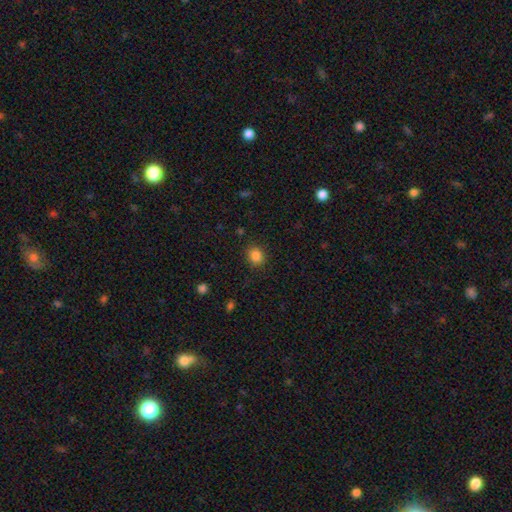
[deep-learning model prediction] smooth-or-featured: smooth: 85% | star or artifact: 11% | featured or disk: 4%
  how-rounded: round: 66% | in between: 33% | cigar-shaped: 1%
  merging: none: 86% | minor disturbance: 10% | major disturbance: 3% | merger: 1%